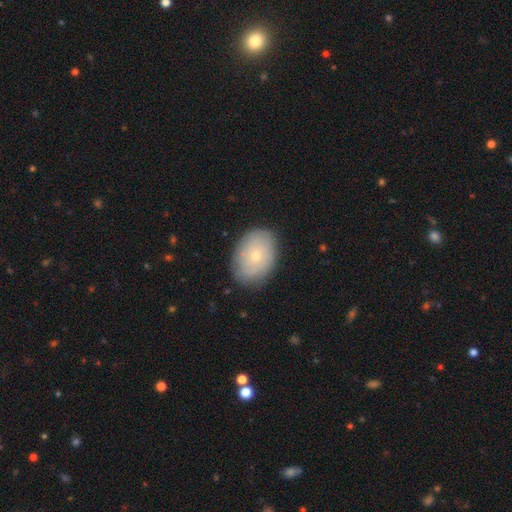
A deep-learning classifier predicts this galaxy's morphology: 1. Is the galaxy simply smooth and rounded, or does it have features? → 46% featured or disk (tied), 46% smooth (tied), 7% star or artifact.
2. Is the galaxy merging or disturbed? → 83% none, 13% minor disturbance, 3% major disturbance, 1% merger.